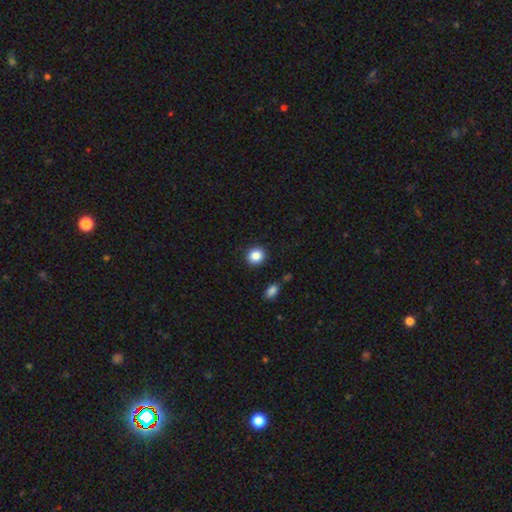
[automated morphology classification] Q: Smooth or featured?
A: smooth (86%); runner-up: star or artifact (10%)
Q: How rounded?
A: round (87%); runner-up: in between (12%)
Q: Merging?
A: none (90%); runner-up: minor disturbance (6%)